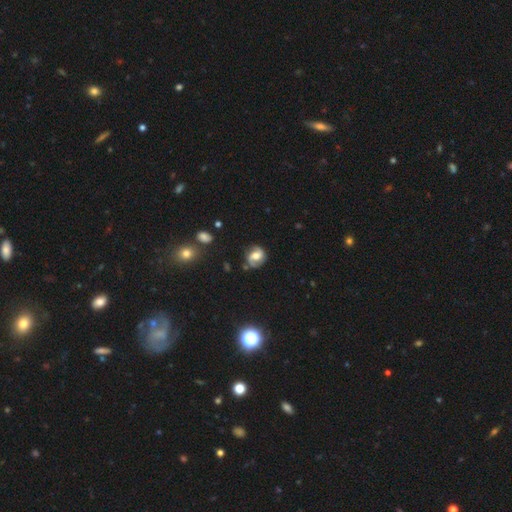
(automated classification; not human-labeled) smooth_or_featured: featured or disk (p=0.66) [alt: smooth p=0.26]
disk_edge_on: no (p=0.97) [alt: yes p=0.03]
bar: weak (p=0.43) [tied with: no p=0.43]
has_spiral_arms: yes (p=0.90) [alt: no p=0.10]
spiral_winding: medium (p=0.48) [alt: tight p=0.27]
spiral_arm_count: 2 (p=0.85) [alt: can't tell p=0.06]
bulge_size: moderate (p=0.64) [alt: large p=0.19]
merging: none (p=0.72) [alt: minor disturbance p=0.19]